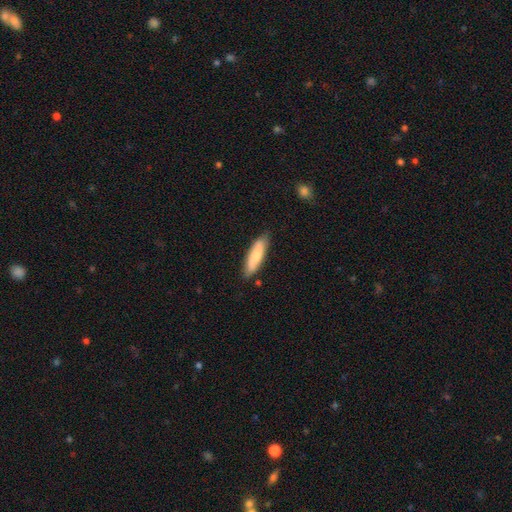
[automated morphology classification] type=smooth (76%); roundness=cigar-shaped (65%); merging=none (82%).